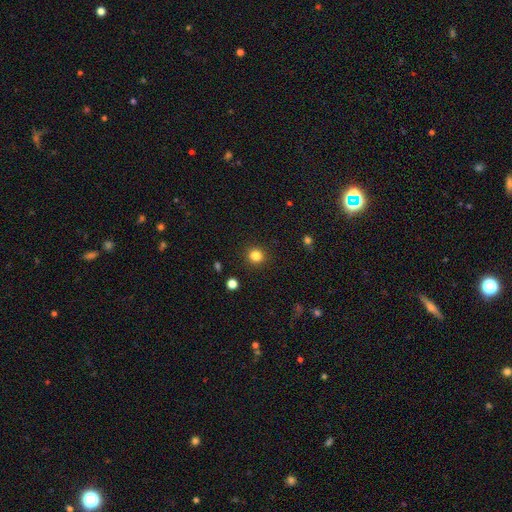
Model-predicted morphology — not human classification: This appears to be a smooth galaxy with no disk features (84%) that is round (92%). Merging: none (92%).